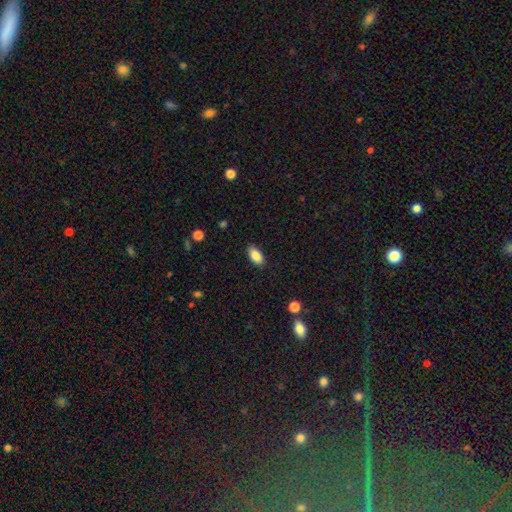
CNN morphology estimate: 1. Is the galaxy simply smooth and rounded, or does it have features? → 87% smooth, 7% star or artifact, 5% featured or disk.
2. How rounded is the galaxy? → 92% in between, 5% cigar-shaped, 3% round.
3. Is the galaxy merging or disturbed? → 87% none, 10% minor disturbance, 2% major disturbance, 1% merger.